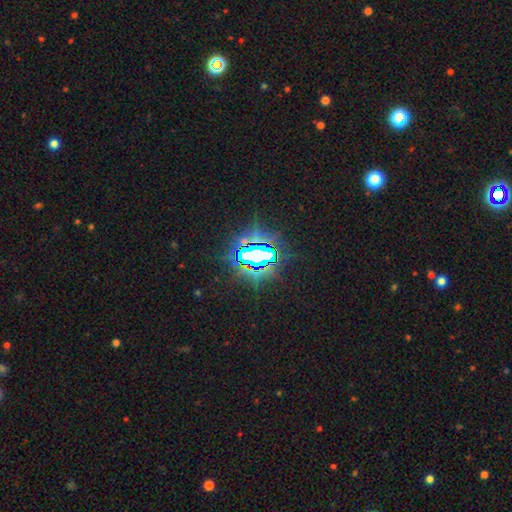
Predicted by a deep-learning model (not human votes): Morphology: type=star or artifact (79%).